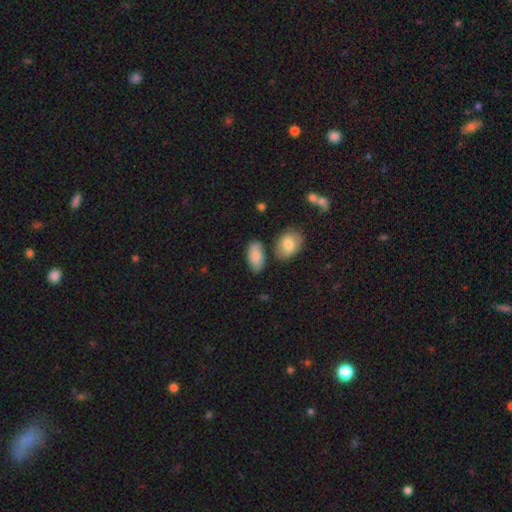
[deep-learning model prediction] smooth 82%, featured or disk 12%, star or artifact 7%. Down the decision tree: how rounded — in between (93%); merging — none (67%).